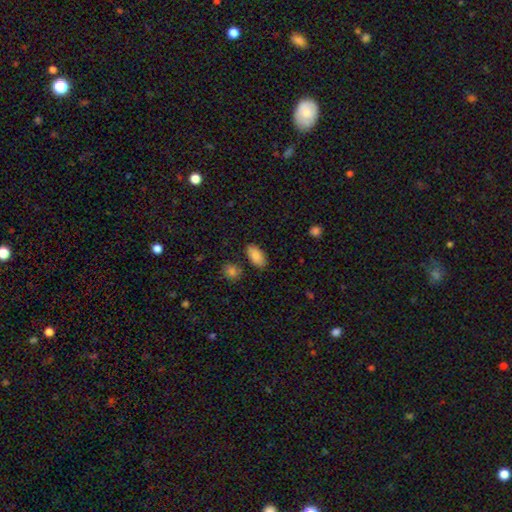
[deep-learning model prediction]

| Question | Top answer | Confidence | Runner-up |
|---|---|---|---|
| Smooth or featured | smooth | 87% | star or artifact (7%) |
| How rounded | in between | 92% | cigar-shaped (5%) |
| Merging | none | 81% | minor disturbance (12%) |